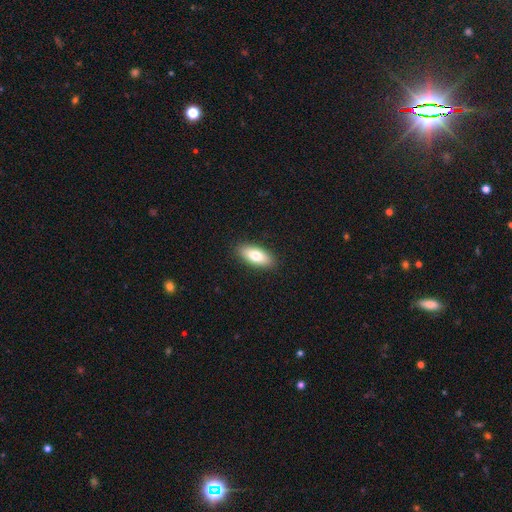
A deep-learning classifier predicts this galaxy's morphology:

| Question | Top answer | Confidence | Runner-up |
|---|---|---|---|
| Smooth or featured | smooth | 77% | featured or disk (16%) |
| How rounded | in between | 82% | cigar-shaped (15%) |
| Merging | none | 90% | minor disturbance (7%) |